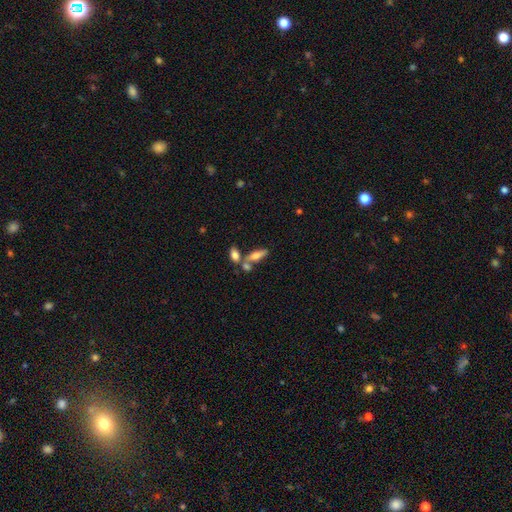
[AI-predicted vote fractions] Smooth or featured: smooth — 62% (featured or disk — 30%)
How rounded: in between — 56% (cigar-shaped — 40%)
Merging: none — 50% (merger — 36%)